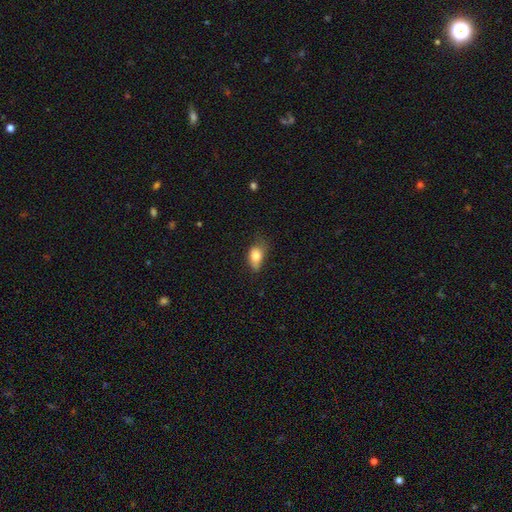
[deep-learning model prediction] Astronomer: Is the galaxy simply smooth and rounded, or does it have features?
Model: smooth — 79%.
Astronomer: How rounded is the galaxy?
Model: in between — 83%.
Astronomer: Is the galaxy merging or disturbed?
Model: none — 42% (runner-up: minor disturbance, 40%).